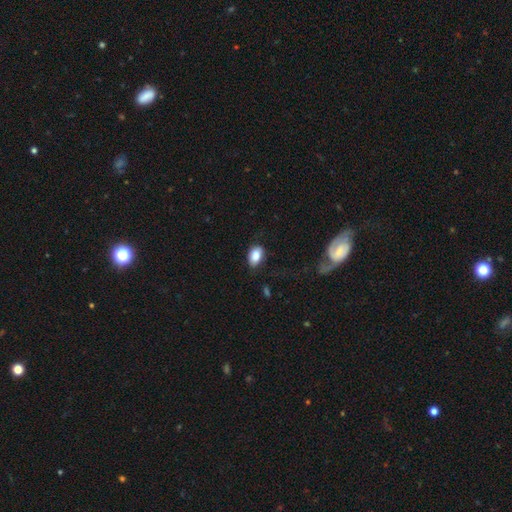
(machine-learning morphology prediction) type=smooth (85%); roundness=in between (88%); merging=none (76%).